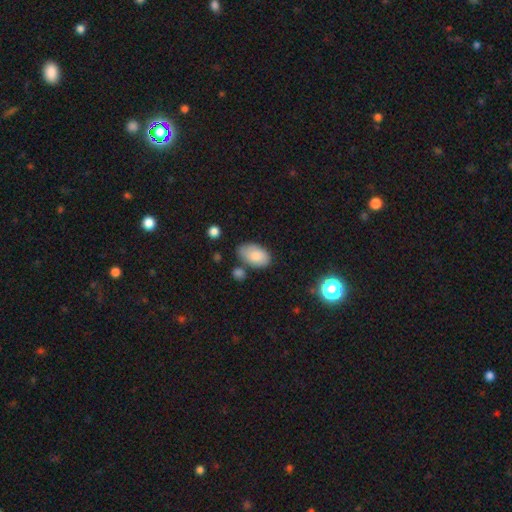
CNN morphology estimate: type=smooth (81%); roundness=in between (93%); merging=none (62%).